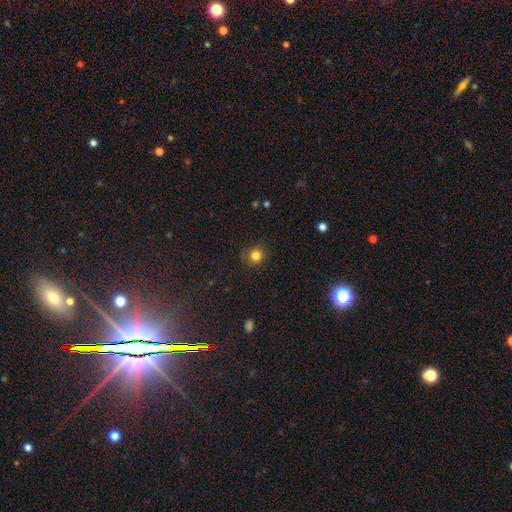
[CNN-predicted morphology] This appears to be a smooth galaxy with no disk features (82%) that is round (92%). Merging: none (87%).